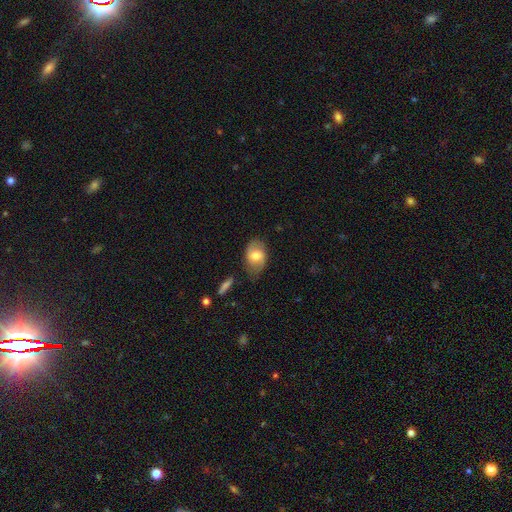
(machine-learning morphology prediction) A smooth galaxy with no disk features (61%) that is in between round and cigar-shaped (85%). Merging: none (72%).